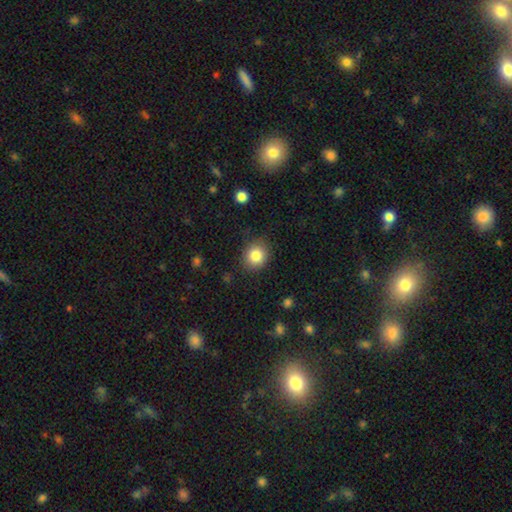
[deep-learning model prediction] Smooth or featured? Predicted: smooth (p=0.84). How rounded? Predicted: round (p=0.73). Merging? Predicted: none (p=0.86).